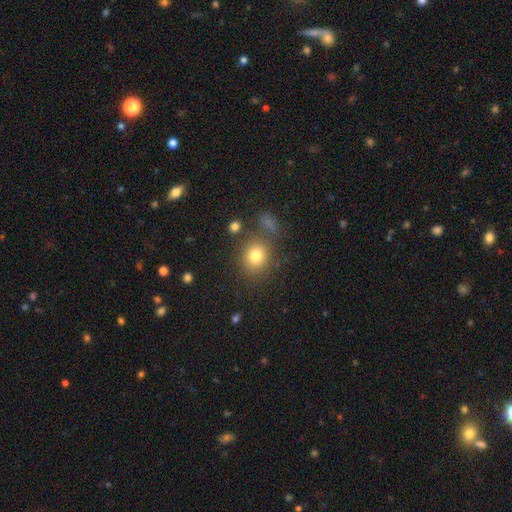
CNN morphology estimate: This appears to be a smooth galaxy with no disk features (79%) that is round (77%). Merging: none (76%).